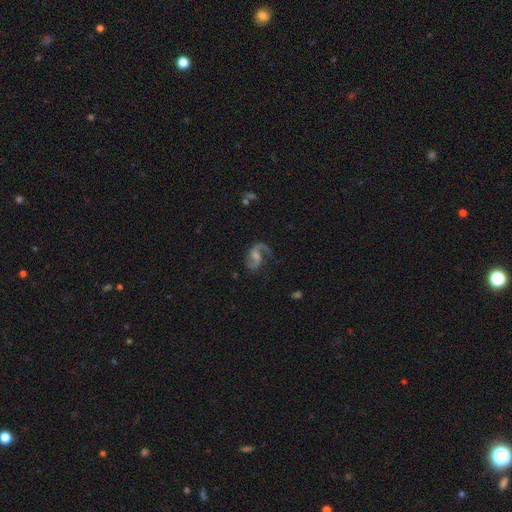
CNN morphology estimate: Smooth or featured? featured or disk (89%)
Edge-on disk? no (98%)
Bar? weak (45%)
Spiral arms? yes (97%)
Spiral winding? medium (49%)
Spiral arm count? 2 (91%)
Bulge size? moderate (41%)
Merging? none (74%)